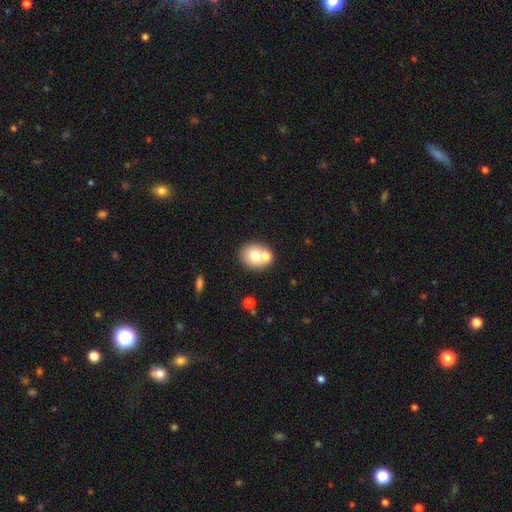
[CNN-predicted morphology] Smooth or featured?
  - smooth: 70% *
  - featured or disk: 20%
  - star or artifact: 10%
How rounded?
  - round: 75% *
  - in between: 24%
  - cigar-shaped: 1%
Merging?
  - none: 53% *
  - merger: 36%
  - minor disturbance: 8%
  - major disturbance: 3%